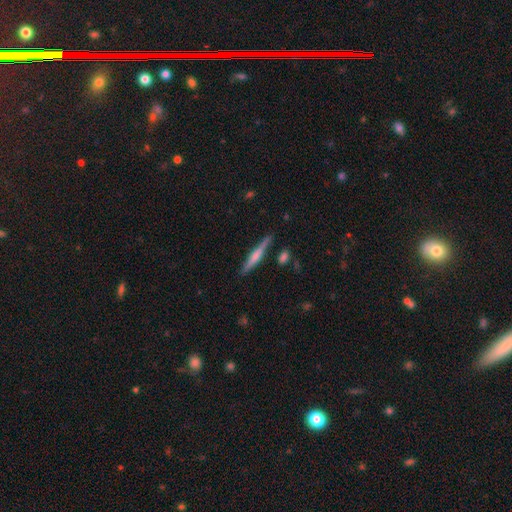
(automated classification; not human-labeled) smooth_or_featured: featured or disk (p=0.49) [alt: smooth p=0.45]
merging: none (p=0.84) [alt: minor disturbance p=0.11]